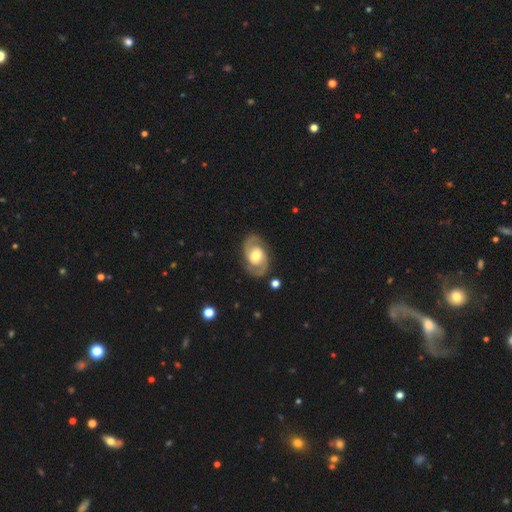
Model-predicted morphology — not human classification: Smooth or featured? featured or disk (81%)
Edge-on disk? no (97%)
Bar? no (54%)
Spiral arms? yes (91%)
Spiral winding? medium (52%)
Spiral arm count? 2 (92%)
Bulge size? moderate (65%)
Merging? none (85%)